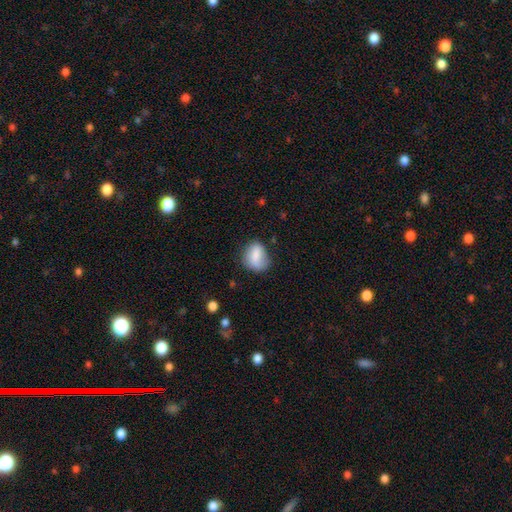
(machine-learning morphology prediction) smooth_or_featured: smooth (p=0.77) [alt: featured or disk p=0.16]
how_rounded: in between (p=0.57) [alt: round p=0.41]
merging: none (p=0.64) [alt: minor disturbance p=0.25]